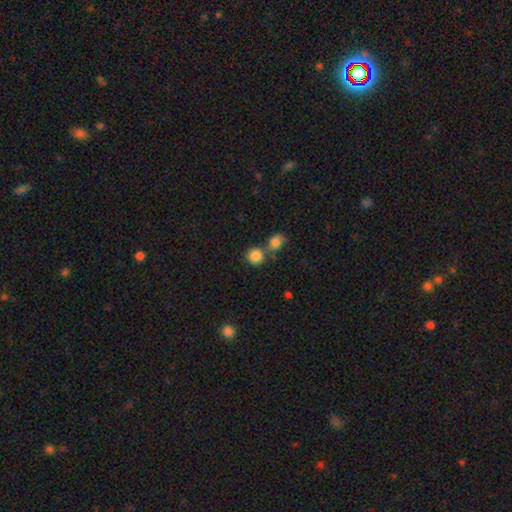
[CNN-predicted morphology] smooth-or-featured: smooth: 85% | star or artifact: 9% | featured or disk: 6%
  how-rounded: round: 88% | in between: 11% | cigar-shaped: 1%
  merging: none: 58% | merger: 30% | minor disturbance: 8% | major disturbance: 3%